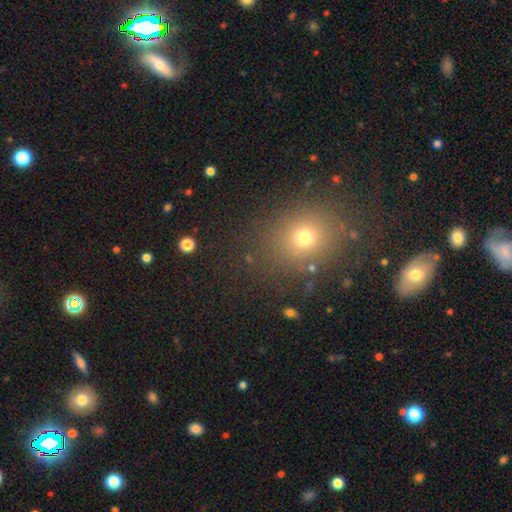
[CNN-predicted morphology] Smooth or featured?
  - smooth: 56% *
  - star or artifact: 33%
  - featured or disk: 11%
How rounded?
  - round: 67% *
  - in between: 32%
  - cigar-shaped: 2%
Merging?
  - none: 85% *
  - minor disturbance: 8%
  - major disturbance: 4%
  - merger: 3%